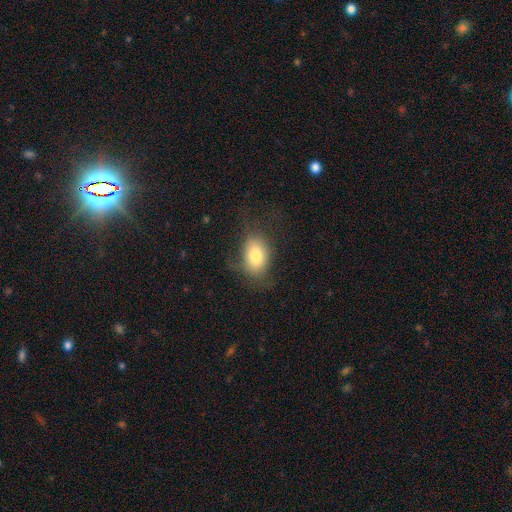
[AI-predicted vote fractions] Q: Smooth or featured?
A: smooth (77%); runner-up: featured or disk (14%)
Q: How rounded?
A: in between (82%); runner-up: round (17%)
Q: Merging?
A: none (60%); runner-up: minor disturbance (23%)